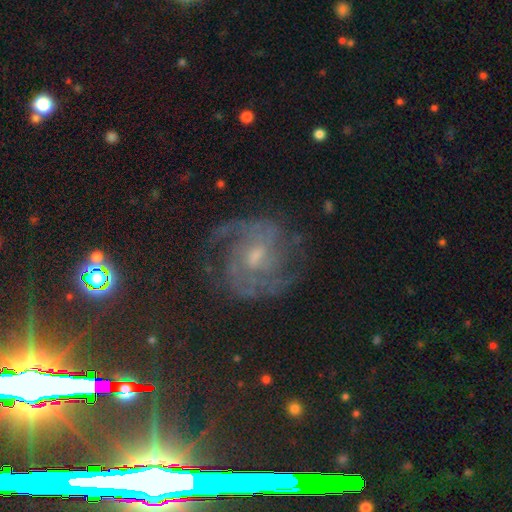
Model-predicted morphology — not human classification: This is clearly a featured or disk galaxy (80%). It is clearly not viewed edge-on (98%). Bar: possibly weak (52%). Spiral arm pattern: clearly yes (96%). Spiral arm count: possibly 2 (48%). Spiral winding: possibly medium (47%). Central bulge: possibly small (47%). Merging: likely none (72%).